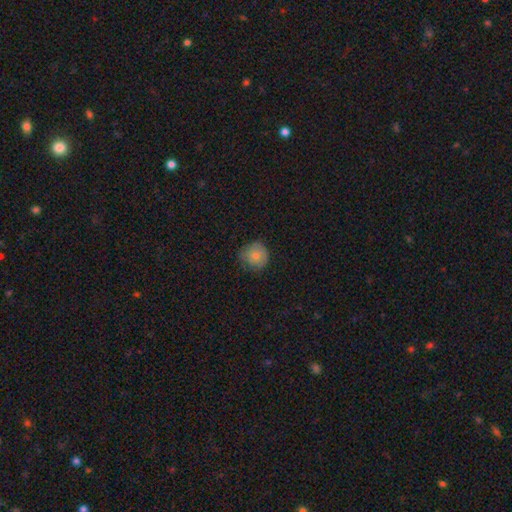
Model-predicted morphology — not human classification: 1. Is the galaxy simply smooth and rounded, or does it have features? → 77% smooth, 13% featured or disk, 9% star or artifact.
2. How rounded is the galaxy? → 90% round, 9% in between, 1% cigar-shaped.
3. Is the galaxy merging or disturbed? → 70% none, 24% minor disturbance, 5% major disturbance, 1% merger.